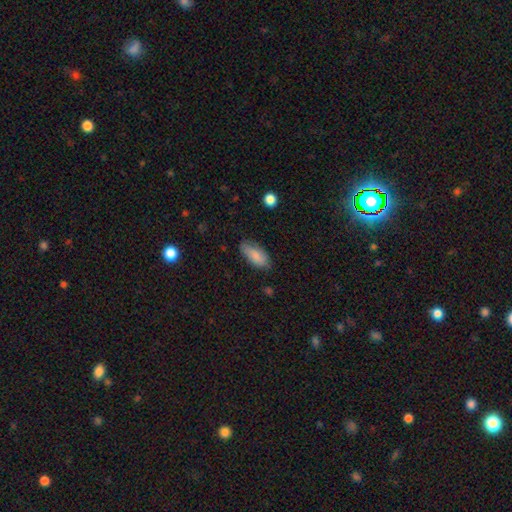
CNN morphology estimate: Q: Smooth or featured?
A: smooth (83%); runner-up: featured or disk (10%)
Q: How rounded?
A: in between (88%); runner-up: cigar-shaped (10%)
Q: Merging?
A: none (76%); runner-up: minor disturbance (19%)